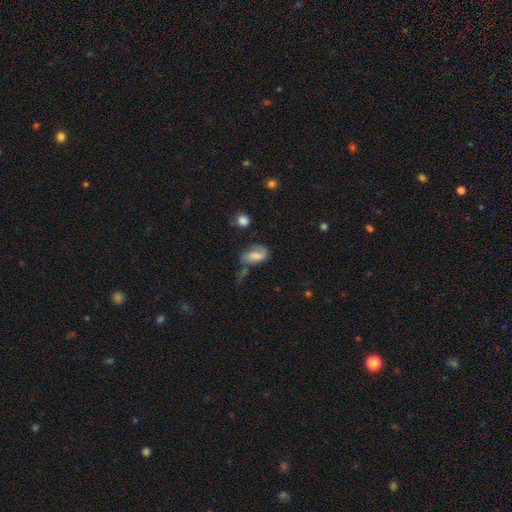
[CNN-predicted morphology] Smooth or featured?
  - smooth: 57% *
  - featured or disk: 33%
  - star or artifact: 10%
How rounded?
  - in between: 87% *
  - round: 8%
  - cigar-shaped: 5%
Merging?
  - none: 41% *
  - minor disturbance: 29%
  - major disturbance: 19%
  - merger: 11%